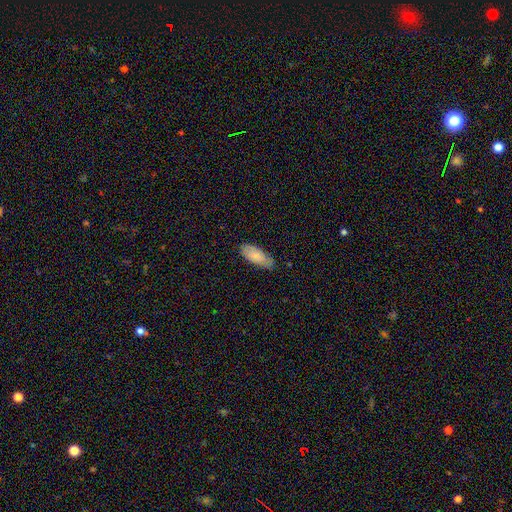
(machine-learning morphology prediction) Smooth or featured? smooth (78%)
How rounded? in between (84%)
Merging? none (72%)